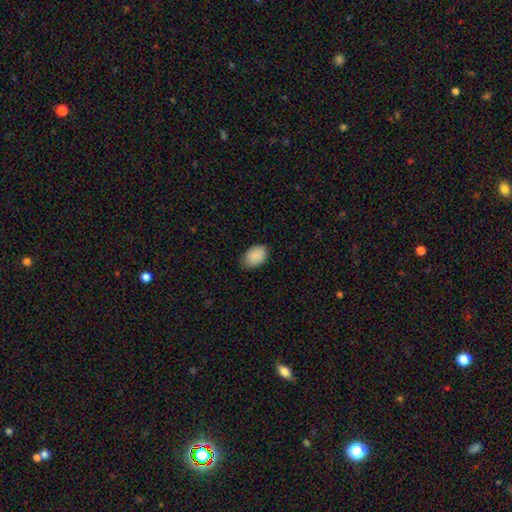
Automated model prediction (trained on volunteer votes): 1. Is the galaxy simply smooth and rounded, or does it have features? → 90% smooth, 7% star or artifact, 3% featured or disk.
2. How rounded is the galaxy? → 83% in between, 16% round, 1% cigar-shaped.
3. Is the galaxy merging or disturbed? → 78% none, 18% minor disturbance, 3% major disturbance, 1% merger.